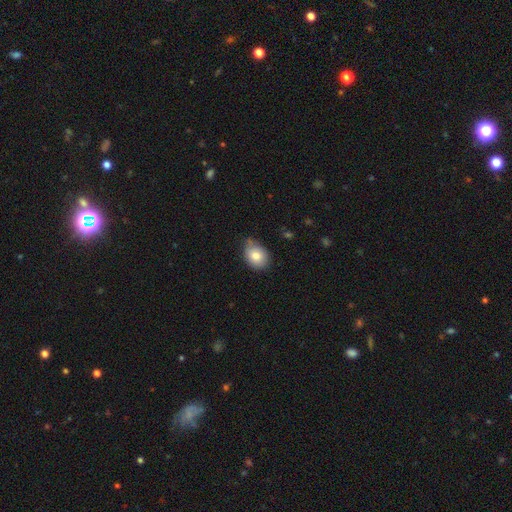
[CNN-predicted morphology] Smooth or featured? Predicted: smooth (p=0.81). How rounded? Predicted: in between (p=0.60). Merging? Predicted: none (p=0.64).